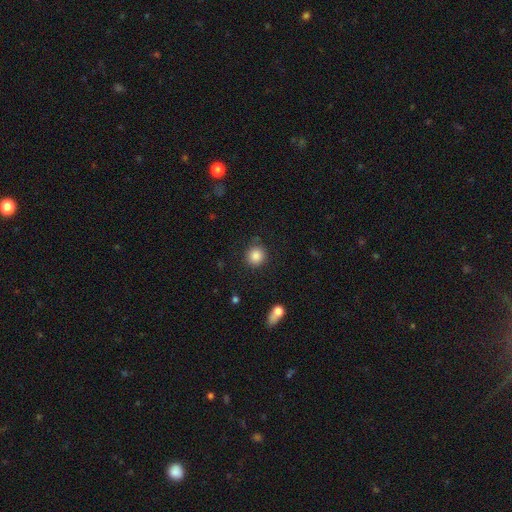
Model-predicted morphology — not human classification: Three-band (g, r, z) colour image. It shows a smooth galaxy with no disk features (86%) that is round (88%). Merging: none (84%).